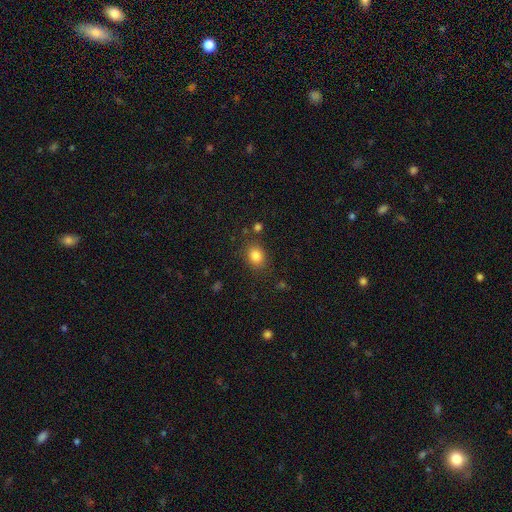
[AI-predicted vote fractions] The model was most divided on "how rounded": round: 51%, in between: 48%, cigar-shaped: 1%. More confident: smooth or featured — smooth (83%); merging — none (82%).